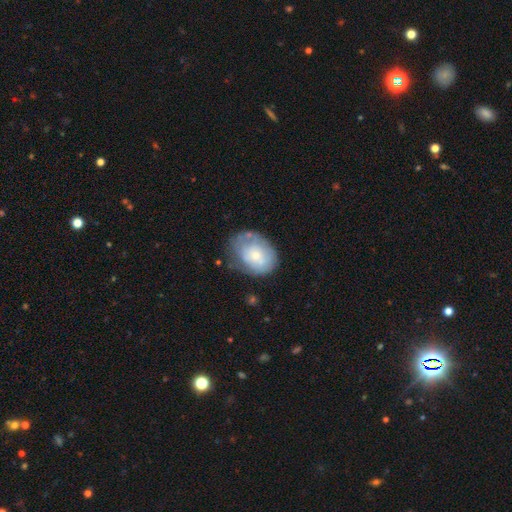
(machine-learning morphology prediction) smooth_or_featured: smooth (p=0.51) [alt: featured or disk p=0.42]
how_rounded: in between (p=0.67) [alt: round p=0.32]
merging: none (p=0.48) [alt: minor disturbance p=0.32]